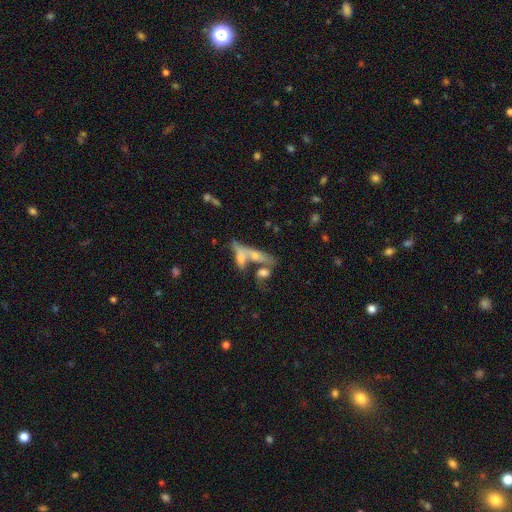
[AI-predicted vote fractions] Smooth or featured? smooth (51%)
How rounded? in between (48%)
Merging? merger (52%)